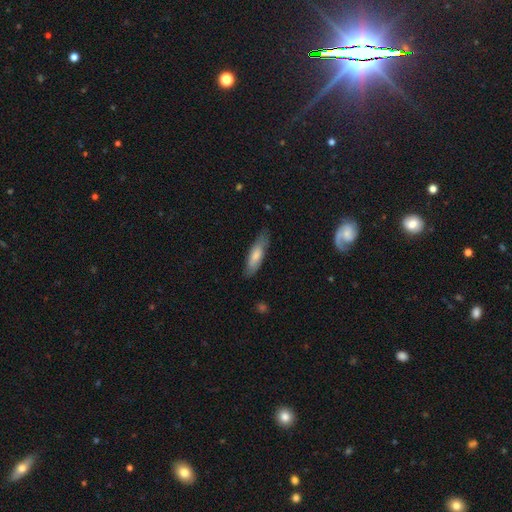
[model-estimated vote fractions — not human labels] Smooth or featured? smooth (72%)
How rounded? cigar-shaped (56%)
Merging? none (76%)